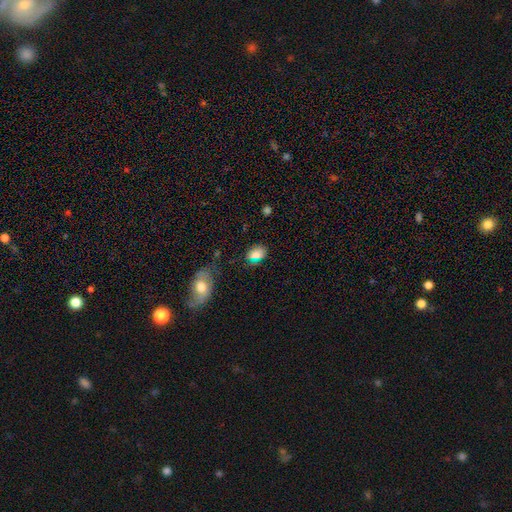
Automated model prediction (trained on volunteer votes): Morphology: type=smooth (79%); roundness=in between (78%); merging=none (65%).